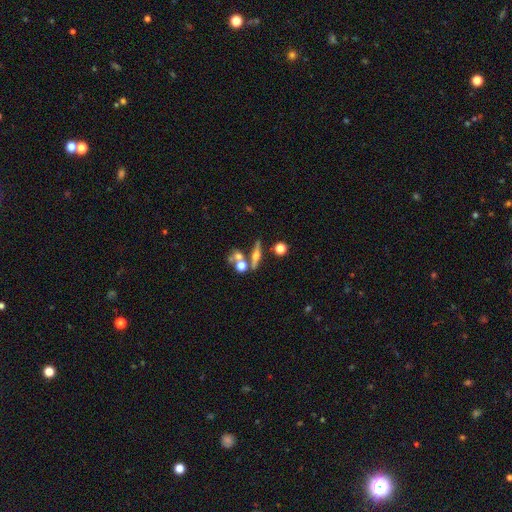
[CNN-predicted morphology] A featured or disk galaxy (67%) viewed edge-on (92%) with a rounded central bulge (95%). Merging: none (70%).